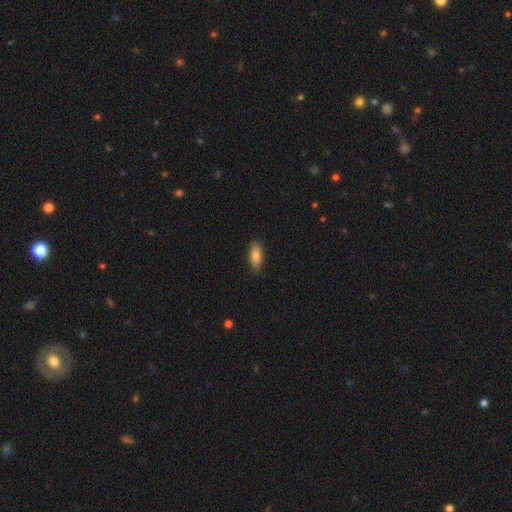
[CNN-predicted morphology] This is clearly a smooth galaxy (82%). How rounded: clearly in between (81%). Merging: clearly none (88%).